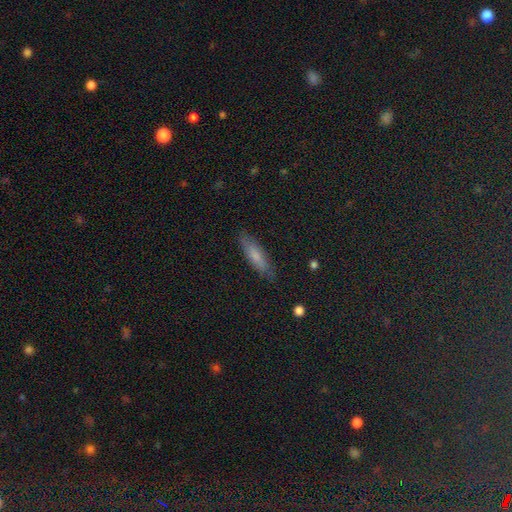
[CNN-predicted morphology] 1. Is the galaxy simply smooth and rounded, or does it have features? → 71% smooth, 21% featured or disk, 8% star or artifact.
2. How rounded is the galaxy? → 63% cigar-shaped, 35% in between, 2% round.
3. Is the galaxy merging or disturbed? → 83% none, 13% minor disturbance, 3% major disturbance, 1% merger.